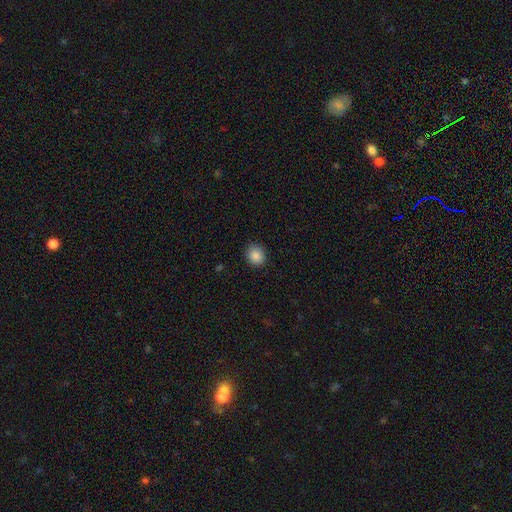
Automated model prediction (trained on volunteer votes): This is clearly a smooth galaxy (87%). How rounded: likely round (74%). Merging: clearly none (87%).